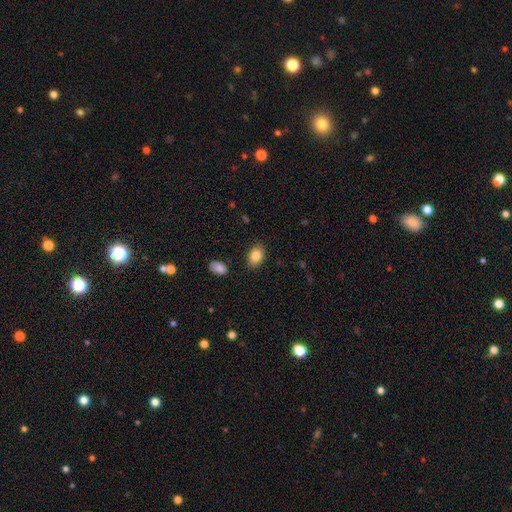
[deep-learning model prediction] smooth-or-featured: smooth: 85% | star or artifact: 8% | featured or disk: 7%
  how-rounded: in between: 78% | round: 20% | cigar-shaped: 1%
  merging: none: 86% | minor disturbance: 9% | major disturbance: 2% | merger: 2%